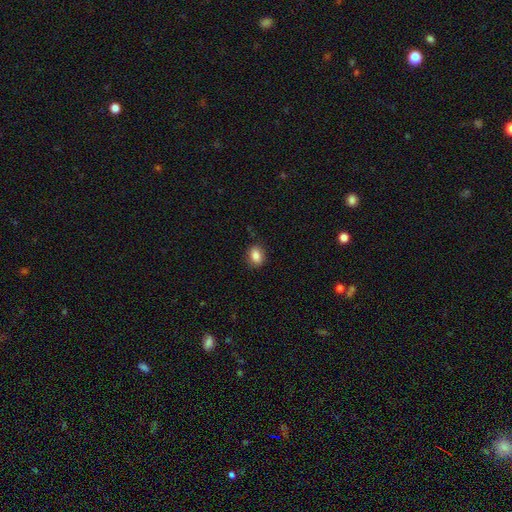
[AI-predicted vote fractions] Smooth or featured? smooth (84%)
How rounded? in between (62%)
Merging? none (85%)